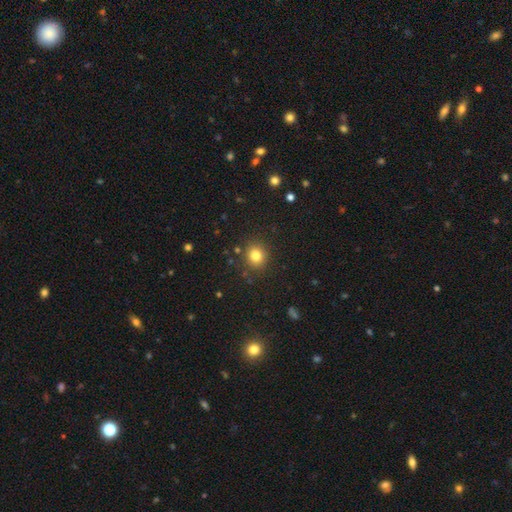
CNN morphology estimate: Smooth or featured? smooth (81%)
How rounded? round (85%)
Merging? none (88%)